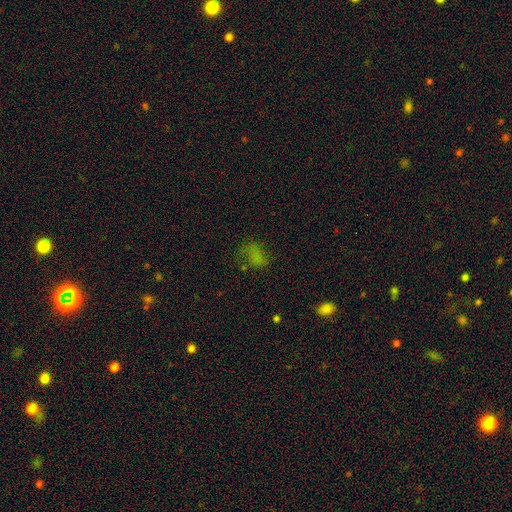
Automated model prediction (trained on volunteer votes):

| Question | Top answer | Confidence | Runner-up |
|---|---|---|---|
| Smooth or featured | smooth | 58% | star or artifact (27%) |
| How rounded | in between | 72% | round (25%) |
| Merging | none | 48% | major disturbance (24%) |